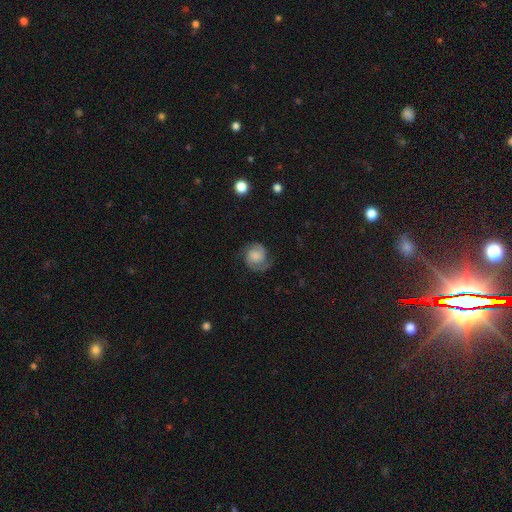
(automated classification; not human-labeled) Q: Smooth or featured?
A: featured or disk (73%); runner-up: smooth (20%)
Q: Edge-on disk?
A: no (98%); runner-up: yes (2%)
Q: Bar?
A: no (67%); runner-up: weak (28%)
Q: Spiral arms?
A: yes (96%); runner-up: no (4%)
Q: Spiral winding?
A: medium (46%); runner-up: tight (37%)
Q: Spiral arm count?
A: 2 (89%); runner-up: can't tell (4%)
Q: Bulge size?
A: none (34%); runner-up: small (23%)
Q: Merging?
A: none (72%); runner-up: minor disturbance (18%)